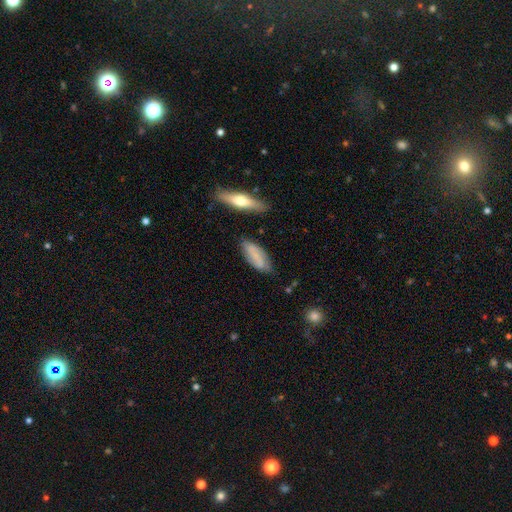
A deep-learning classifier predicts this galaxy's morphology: Smooth or featured?
  - smooth: 62% *
  - featured or disk: 31%
  - star or artifact: 8%
How rounded?
  - in between: 73% *
  - cigar-shaped: 25%
  - round: 3%
Merging?
  - none: 74% *
  - minor disturbance: 19%
  - major disturbance: 4%
  - merger: 3%